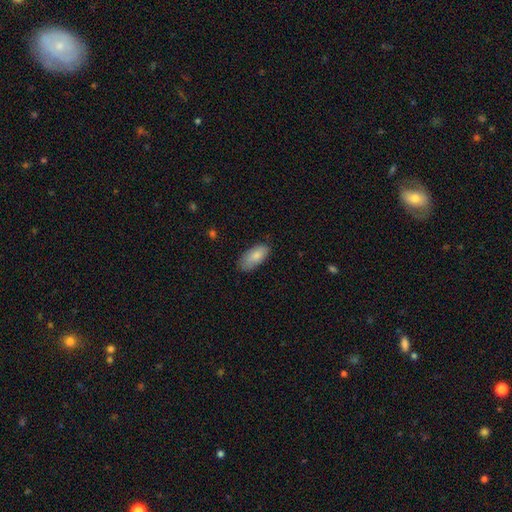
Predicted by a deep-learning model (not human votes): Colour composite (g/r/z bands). It shows a smooth galaxy with no disk features (84%) that is in between round and cigar-shaped (91%). Merging: none (75%).